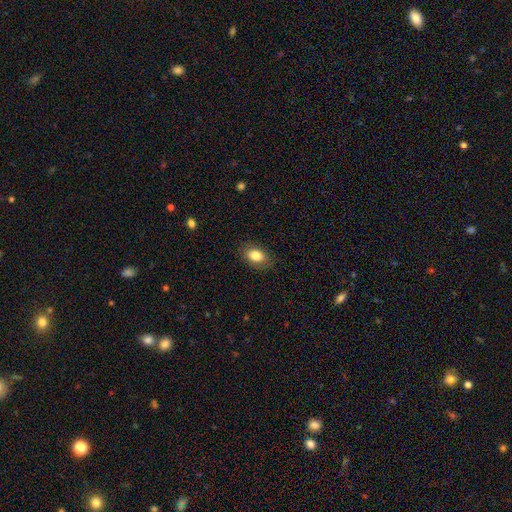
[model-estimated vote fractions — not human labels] This appears to be a smooth galaxy with no disk features (83%) that is in between round and cigar-shaped (86%). Merging: none (85%).